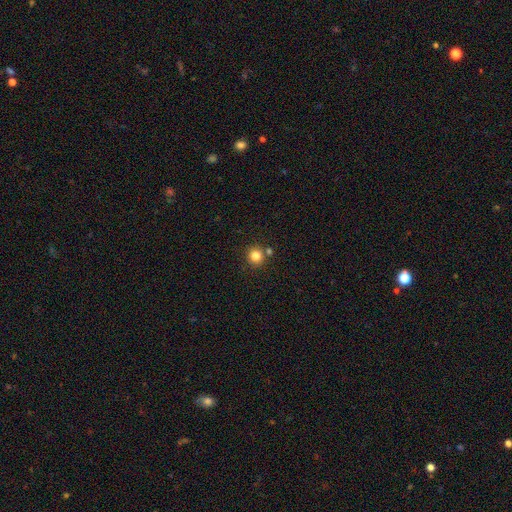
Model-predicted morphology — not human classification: Q: Smooth or featured?
A: smooth (83%); runner-up: star or artifact (12%)
Q: How rounded?
A: round (92%); runner-up: in between (7%)
Q: Merging?
A: none (78%); runner-up: merger (12%)